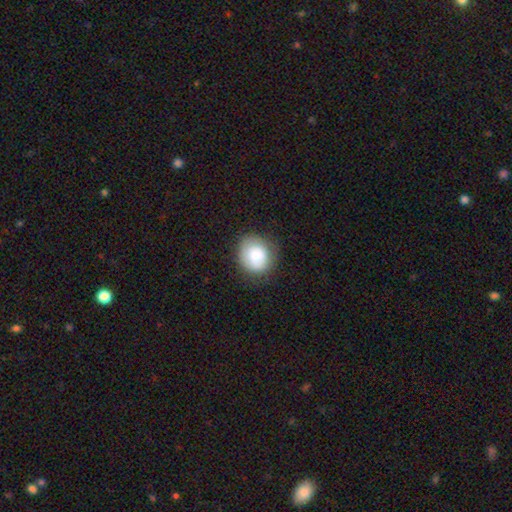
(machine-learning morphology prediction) smooth 76%, featured or disk 16%, star or artifact 8%. Down the decision tree: how rounded — round (79%); merging — none (77%).